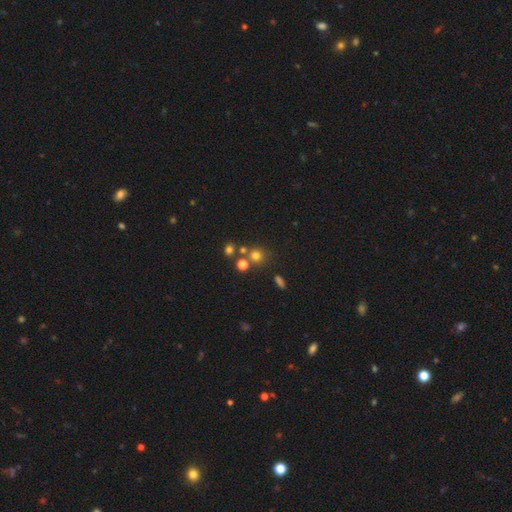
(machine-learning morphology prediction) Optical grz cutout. It shows a smooth galaxy with no disk features (70%) that is round (86%). Merging: none (65%).